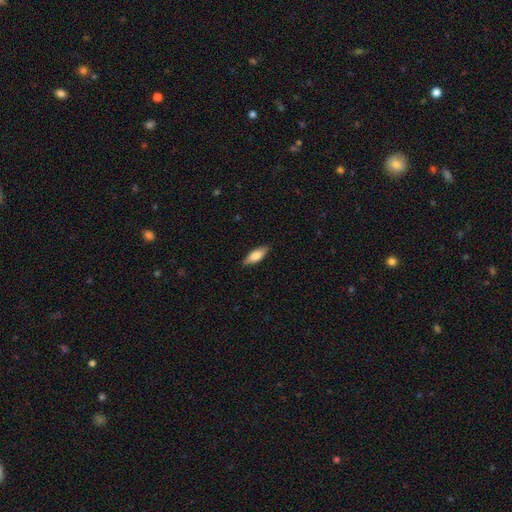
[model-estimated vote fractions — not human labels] Smooth or featured? smooth (76%)
How rounded? in between (67%)
Merging? none (87%)